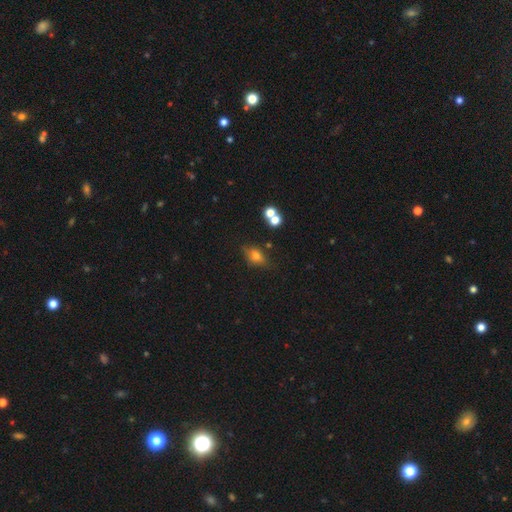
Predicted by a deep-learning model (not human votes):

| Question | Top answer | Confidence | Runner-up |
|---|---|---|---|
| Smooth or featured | smooth | 68% | featured or disk (19%) |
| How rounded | in between | 78% | round (16%) |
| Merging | none | 67% | minor disturbance (21%) |